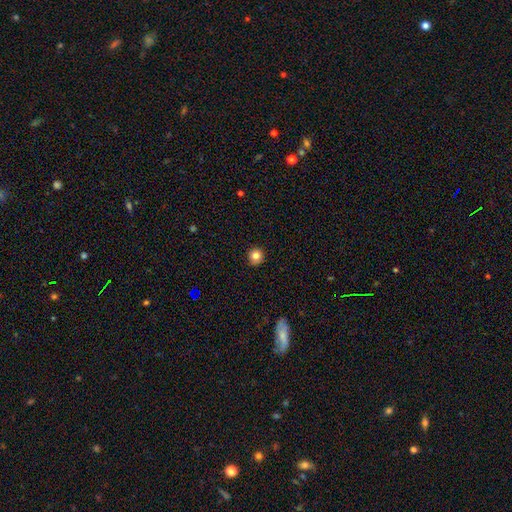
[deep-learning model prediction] Smooth or featured? smooth (80%)
How rounded? round (92%)
Merging? none (88%)